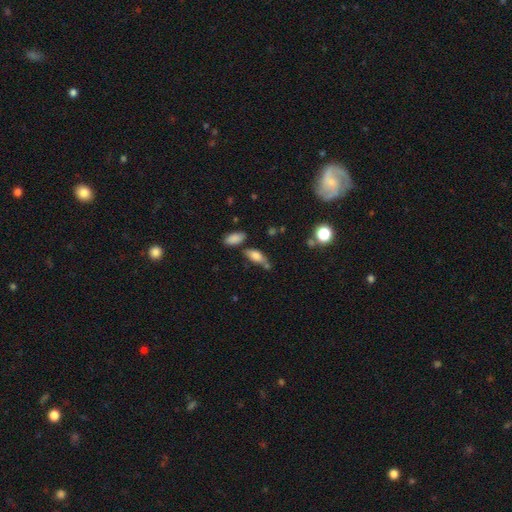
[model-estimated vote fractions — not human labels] Smooth or featured? Predicted: smooth (p=0.77). How rounded? Predicted: in between (p=0.80). Merging? Predicted: none (p=0.49).